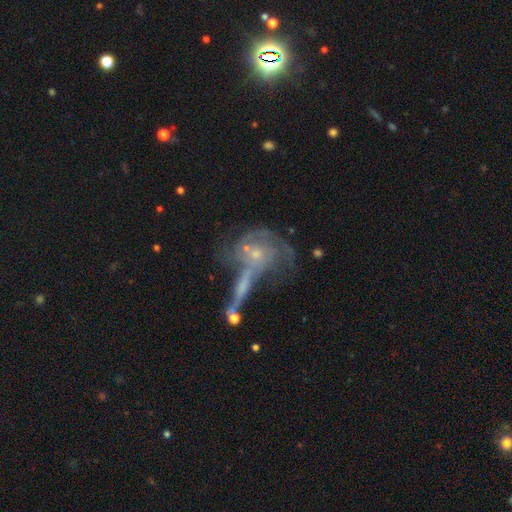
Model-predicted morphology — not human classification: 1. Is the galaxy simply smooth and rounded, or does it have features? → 68% featured or disk, 17% smooth, 16% star or artifact.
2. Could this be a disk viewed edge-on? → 92% no, 8% yes.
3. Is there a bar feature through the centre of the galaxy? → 69% no, 24% weak, 7% strong.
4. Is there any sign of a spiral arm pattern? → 72% yes, 28% no.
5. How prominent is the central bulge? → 64% small, 24% moderate, 8% none, 2% large, 1% dominant.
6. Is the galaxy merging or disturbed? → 44% merger, 26% none, 19% major disturbance, 11% minor disturbance.